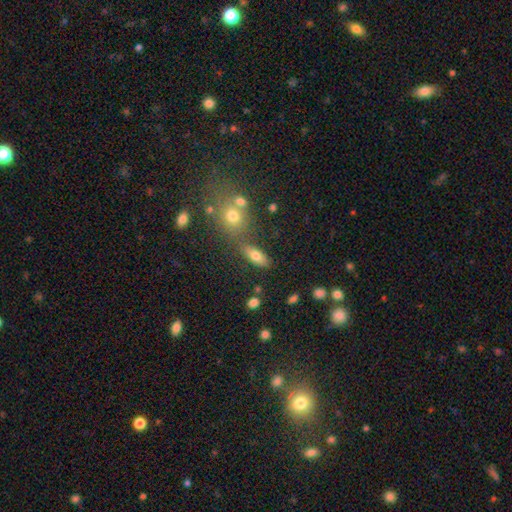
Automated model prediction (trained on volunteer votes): Q: Smooth or featured?
A: smooth (72%); runner-up: featured or disk (17%)
Q: How rounded?
A: in between (73%); runner-up: cigar-shaped (21%)
Q: Merging?
A: none (68%); runner-up: minor disturbance (14%)